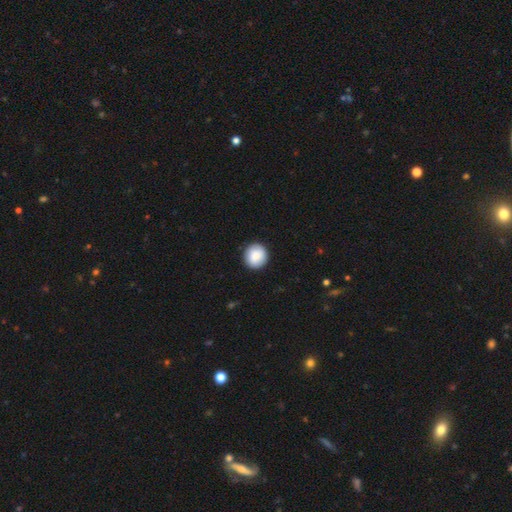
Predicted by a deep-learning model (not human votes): A smooth galaxy with no disk features (85%) that is round (89%).

Vote fractions:
- Smooth or featured? smooth: 85% / featured or disk: 8% / star or artifact: 7%
- How rounded? round: 89% / in between: 10% / cigar-shaped: 1%
- Merging? none: 90% / minor disturbance: 7% / major disturbance: 2% / merger: 1%